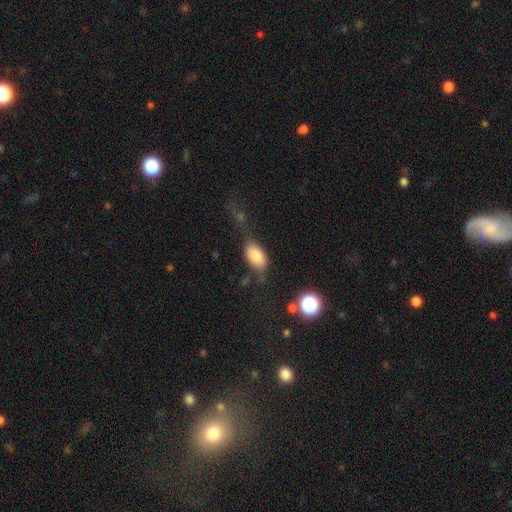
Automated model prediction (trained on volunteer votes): This appears to be a smooth galaxy with no disk features (79%) that is in between round and cigar-shaped (91%). Merging: none (49%).